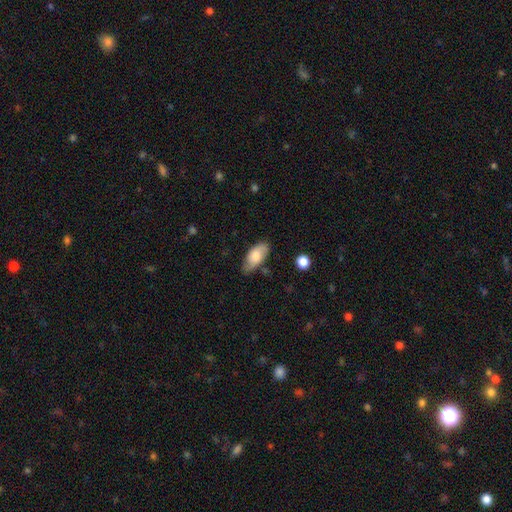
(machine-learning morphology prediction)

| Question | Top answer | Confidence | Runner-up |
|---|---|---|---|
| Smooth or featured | smooth | 71% | featured or disk (22%) |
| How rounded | in between | 90% | cigar-shaped (8%) |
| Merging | none | 72% | minor disturbance (22%) |